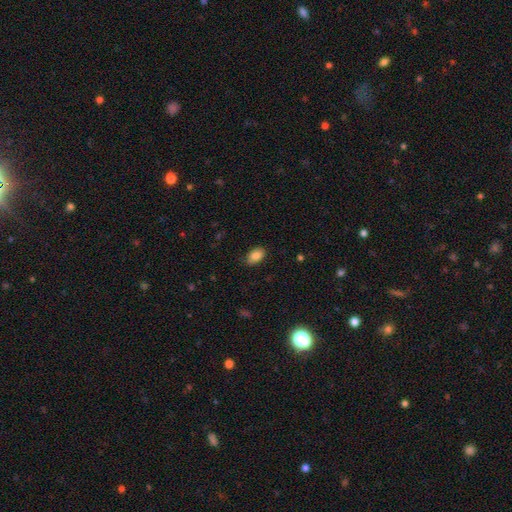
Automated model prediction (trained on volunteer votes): Smooth or featured? smooth (86%)
How rounded? in between (91%)
Merging? none (85%)